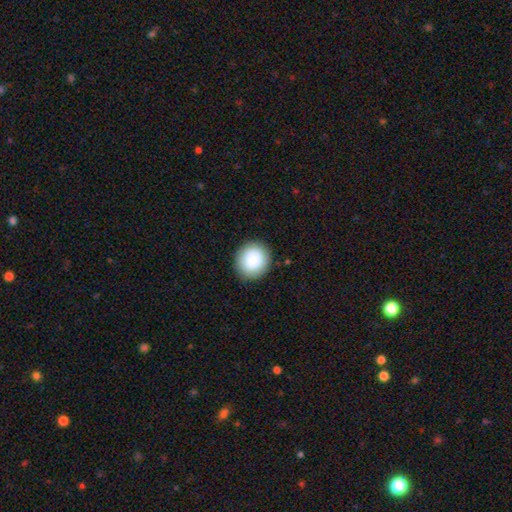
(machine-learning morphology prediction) type=smooth (87%); roundness=round (87%); merging=none (88%).